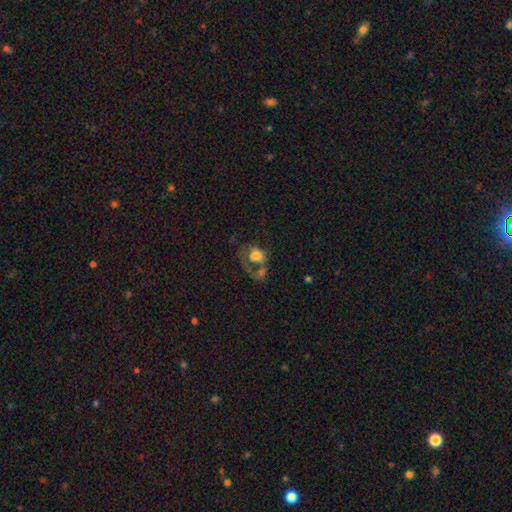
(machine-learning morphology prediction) Smooth or featured: smooth — 48% (featured or disk — 40%)
Merging: major disturbance — 36% (merger — 31%)